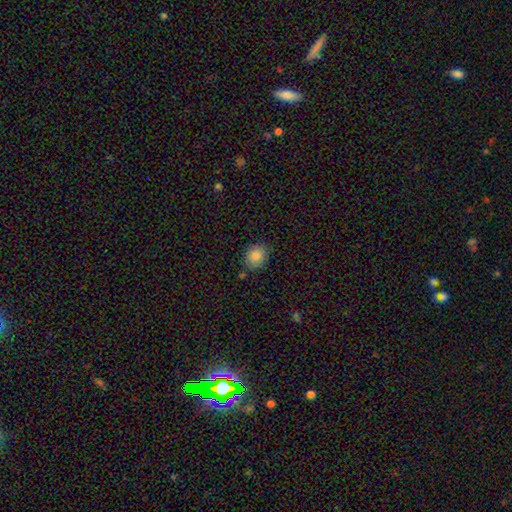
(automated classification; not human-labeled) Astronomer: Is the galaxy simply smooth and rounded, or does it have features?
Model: smooth — 86%.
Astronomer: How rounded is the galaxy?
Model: round — 69%.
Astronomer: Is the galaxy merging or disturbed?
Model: none — 82%.